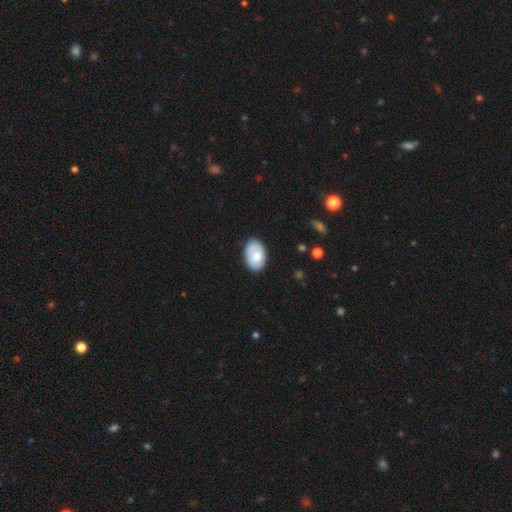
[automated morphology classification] A smooth galaxy with no disk features (77%) that is in between round and cigar-shaped (89%). Merging: none (73%).